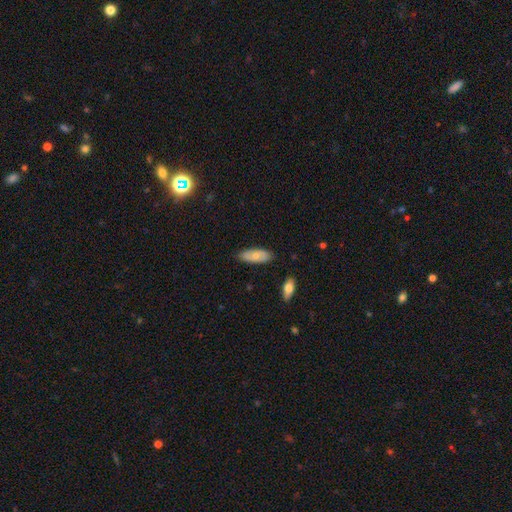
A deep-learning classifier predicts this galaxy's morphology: Q: Smooth or featured?
A: smooth (66%); runner-up: featured or disk (27%)
Q: How rounded?
A: in between (78%); runner-up: cigar-shaped (20%)
Q: Merging?
A: none (81%); runner-up: minor disturbance (15%)